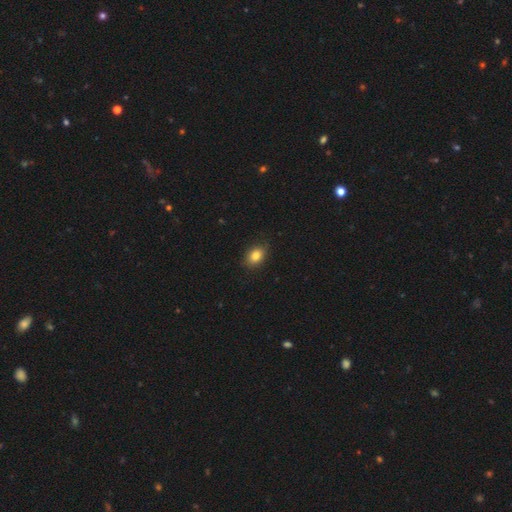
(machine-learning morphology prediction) A smooth galaxy with no disk features (84%) that is in between round and cigar-shaped (72%).

Vote fractions:
- Smooth or featured? smooth: 84% / star or artifact: 9% / featured or disk: 7%
- How rounded? in between: 72% / round: 27% / cigar-shaped: 1%
- Merging? none: 83% / minor disturbance: 13% / major disturbance: 2% / merger: 1%